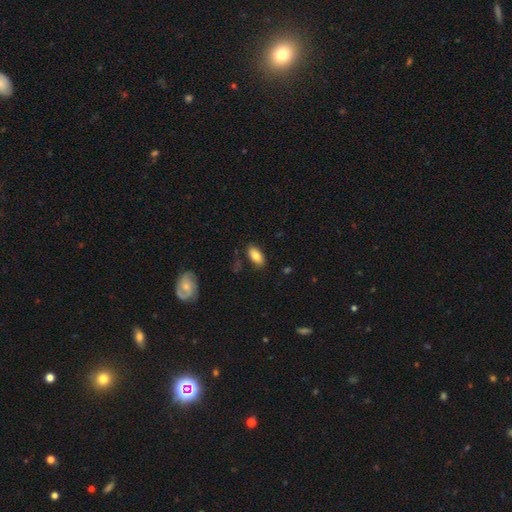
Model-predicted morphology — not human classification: The model was most divided on "merging": none: 83%, minor disturbance: 12%, major disturbance: 3%, merger: 2%. More confident: how rounded — in between (90%); smooth or featured — smooth (84%).